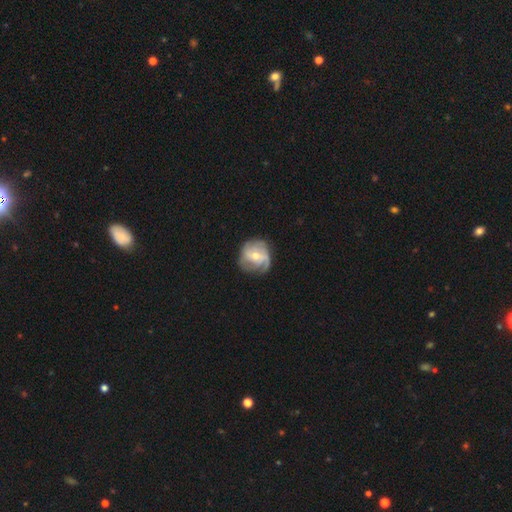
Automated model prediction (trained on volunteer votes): Smooth or featured: featured or disk — 76% (smooth — 18%)
Edge-on disk: no — 97% (yes — 3%)
Bar: no — 48% (weak — 39%)
Spiral arms: yes — 90% (no — 10%)
Spiral winding: medium — 39% (tight — 37%)
Spiral arm count: 3 — 32% (can't tell — 25%)
Bulge size: moderate — 60% (small — 35%)
Merging: none — 69% (minor disturbance — 20%)